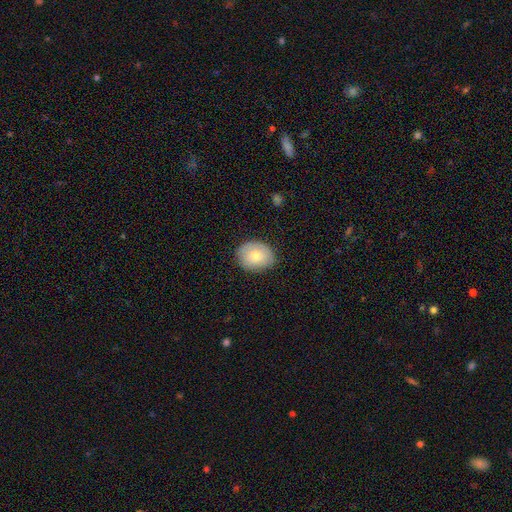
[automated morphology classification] Q: Smooth or featured?
A: smooth (69%); runner-up: featured or disk (23%)
Q: How rounded?
A: in between (51%); runner-up: round (48%)
Q: Merging?
A: none (82%); runner-up: minor disturbance (14%)